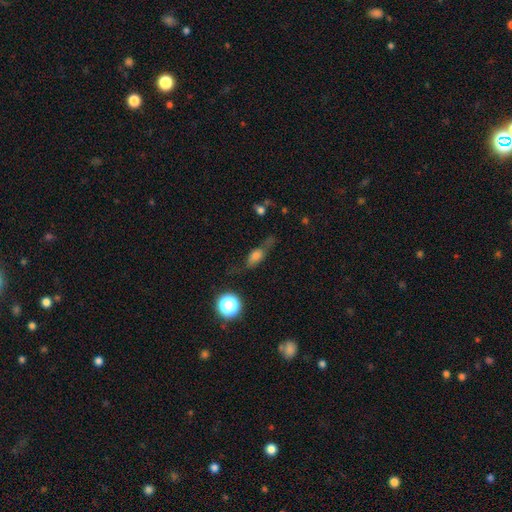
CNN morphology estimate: A smooth galaxy with no disk features (61%) that is in between round and cigar-shaped (60%).

Vote fractions:
- Smooth or featured? smooth: 61% / featured or disk: 25% / star or artifact: 14%
- How rounded? in between: 60% / cigar-shaped: 24% / round: 16%
- Merging? none: 52% / minor disturbance: 26% / major disturbance: 16% / merger: 6%